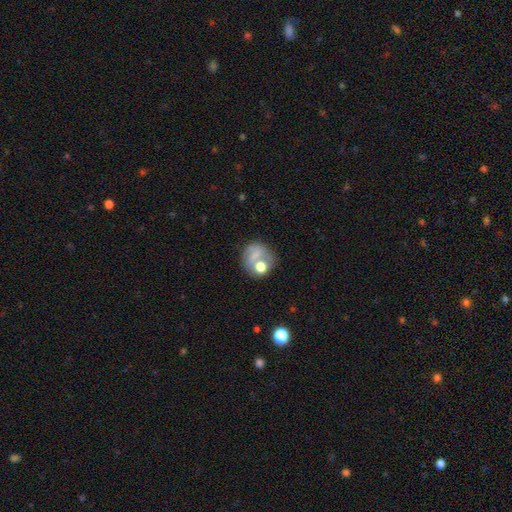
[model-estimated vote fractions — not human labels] smooth 60%, featured or disk 28%, star or artifact 12%. Down the decision tree: how rounded — round (77%); merging — none (42%).